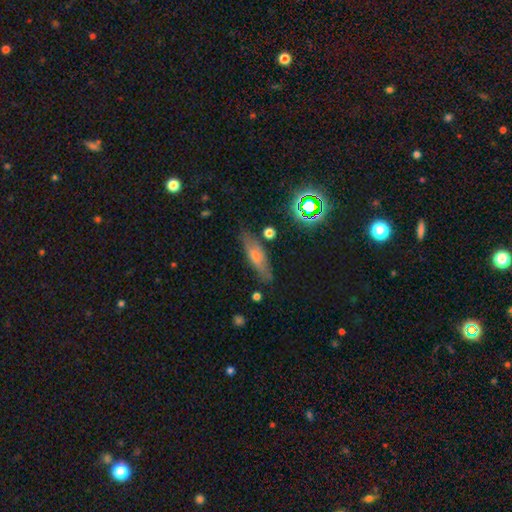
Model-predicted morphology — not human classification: This is possibly a smooth galaxy (51%). How rounded: possibly cigar-shaped (56%). Merging: likely none (79%).